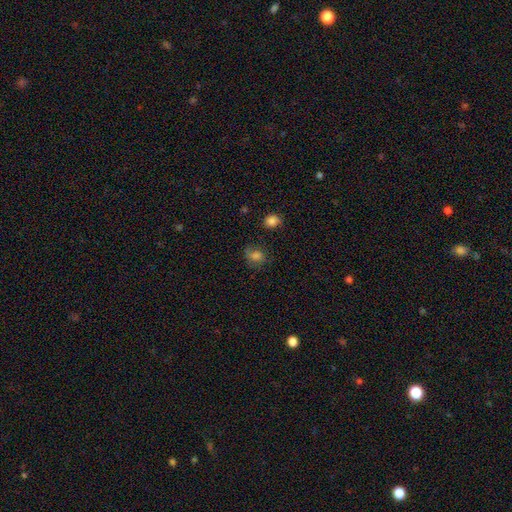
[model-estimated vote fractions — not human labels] Smooth or featured? Predicted: smooth (p=0.71). How rounded? Predicted: in between (p=0.52). Merging? Predicted: none (p=0.57).